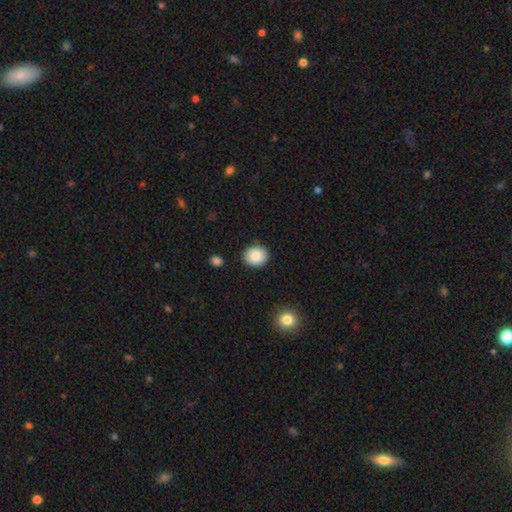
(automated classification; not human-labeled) A smooth galaxy with no disk features (85%) that is round (67%).

Vote fractions:
- Smooth or featured? smooth: 85% / star or artifact: 8% / featured or disk: 7%
- How rounded? round: 67% / in between: 32% / cigar-shaped: 1%
- Merging? none: 87% / minor disturbance: 9% / major disturbance: 2% / merger: 2%